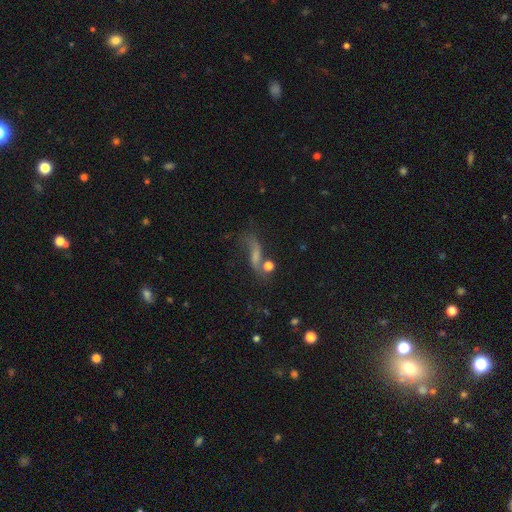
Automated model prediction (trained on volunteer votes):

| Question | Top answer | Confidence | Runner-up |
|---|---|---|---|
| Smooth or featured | featured or disk | 46% | smooth (31%) |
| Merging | none | 43% | major disturbance (23%) |